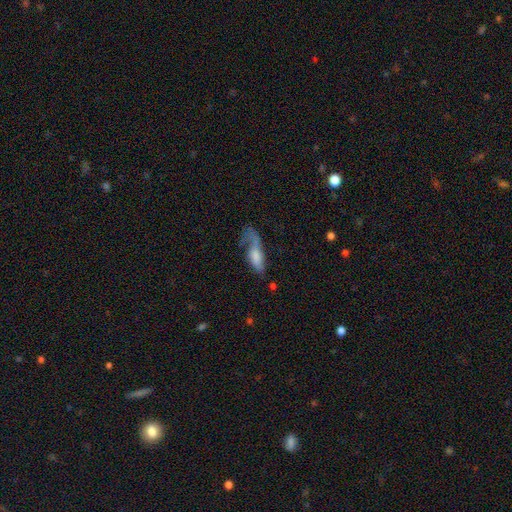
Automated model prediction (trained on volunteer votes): The model was most divided on "smooth or featured": featured or disk: 48%, smooth: 43%, star or artifact: 9%. Remaining: merging — major disturbance (41%).